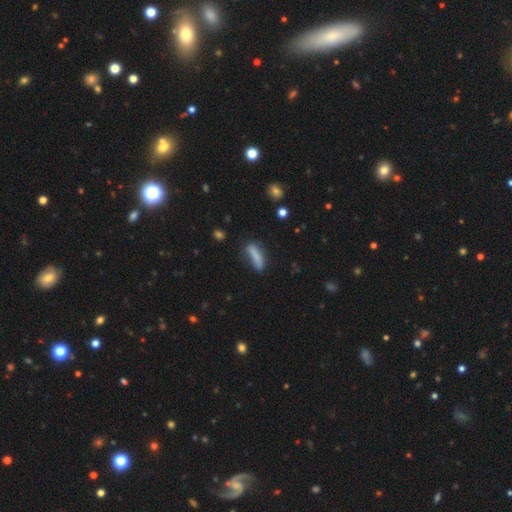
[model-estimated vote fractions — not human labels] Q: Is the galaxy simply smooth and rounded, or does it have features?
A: smooth — 79%.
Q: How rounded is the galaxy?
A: cigar-shaped — 72%.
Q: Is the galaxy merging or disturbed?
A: none — 63%.